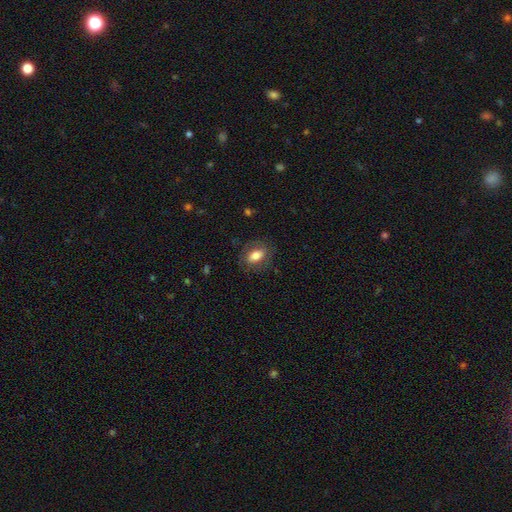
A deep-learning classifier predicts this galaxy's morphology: Smooth or featured? Predicted: smooth (p=0.70). How rounded? Predicted: in between (p=0.83). Merging? Predicted: none (p=0.76).